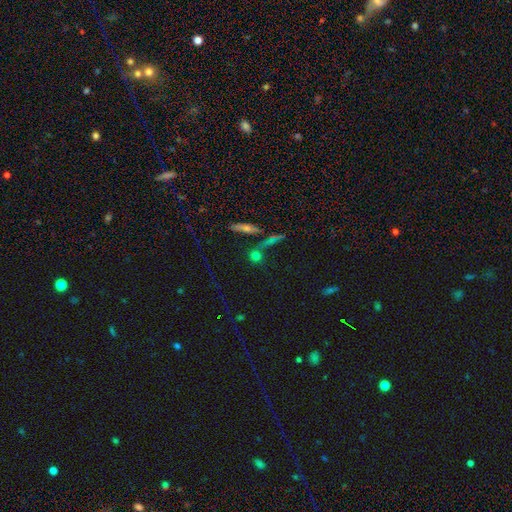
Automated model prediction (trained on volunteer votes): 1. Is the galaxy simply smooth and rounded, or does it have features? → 64% smooth, 21% star or artifact, 15% featured or disk.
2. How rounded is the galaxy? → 77% round, 13% in between, 9% cigar-shaped.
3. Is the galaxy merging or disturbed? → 65% none, 19% merger, 10% minor disturbance, 6% major disturbance.